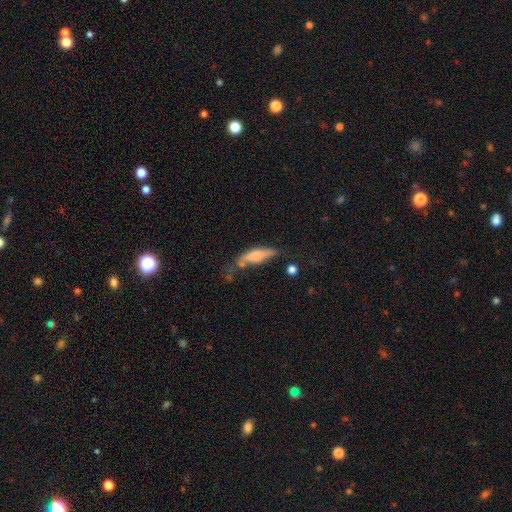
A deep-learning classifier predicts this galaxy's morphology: The model was most divided on "merging": none: 44%, minor disturbance: 30%, major disturbance: 15%, merger: 11%. More confident: smooth or featured — smooth (61%); how rounded — cigar-shaped (56%).